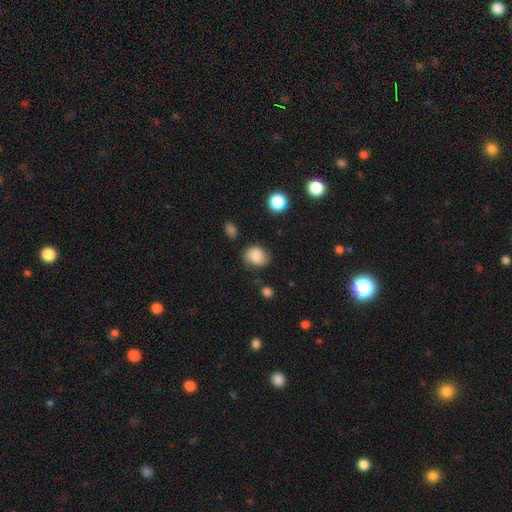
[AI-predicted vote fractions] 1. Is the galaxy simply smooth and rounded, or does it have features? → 78% smooth, 12% featured or disk, 9% star or artifact.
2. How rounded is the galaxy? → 54% round, 45% in between, 1% cigar-shaped.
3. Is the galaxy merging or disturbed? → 70% none, 22% minor disturbance, 6% major disturbance, 2% merger.